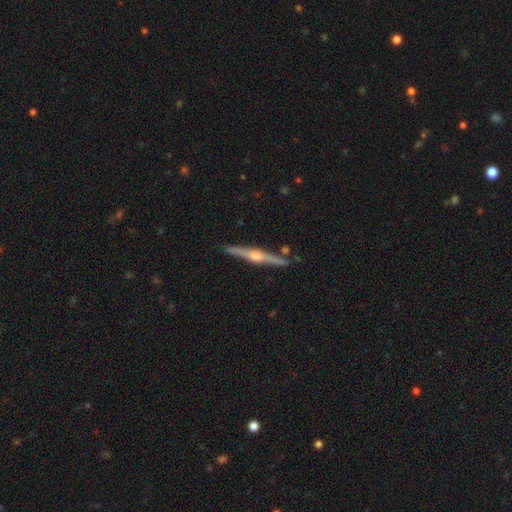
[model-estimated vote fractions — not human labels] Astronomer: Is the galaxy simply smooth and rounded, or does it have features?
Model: featured or disk — 83%.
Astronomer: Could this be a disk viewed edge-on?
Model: yes — 98%.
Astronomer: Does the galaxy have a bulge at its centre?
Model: rounded — 92%.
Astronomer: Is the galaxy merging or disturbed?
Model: none — 88%.